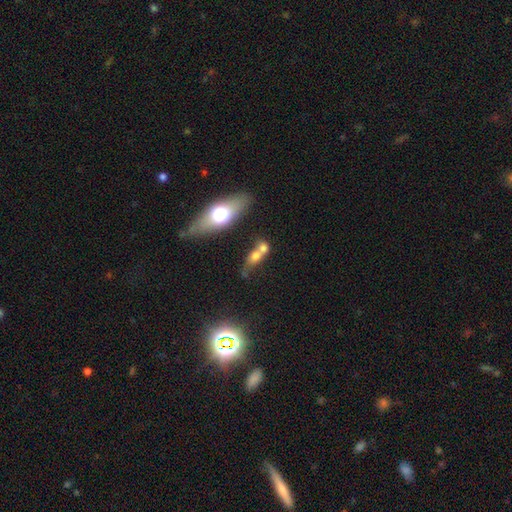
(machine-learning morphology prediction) A smooth galaxy with no disk features (59%) that is in between round and cigar-shaped (54%). Merging: merger (61%).